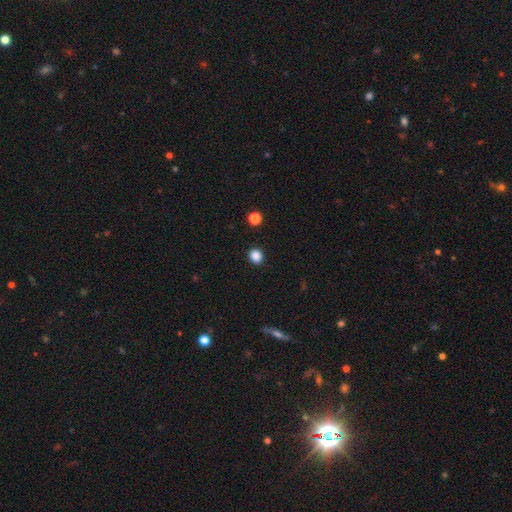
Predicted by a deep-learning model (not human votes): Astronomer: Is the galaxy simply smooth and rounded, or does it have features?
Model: smooth — 86%.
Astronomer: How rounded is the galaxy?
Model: round — 72%.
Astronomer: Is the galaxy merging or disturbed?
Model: none — 91%.